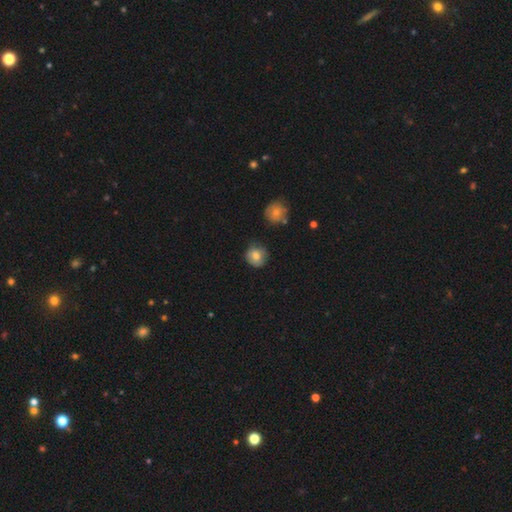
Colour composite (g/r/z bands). It shows a smooth galaxy with no disk features (89%) that is round (88%). Merging: none (77%).